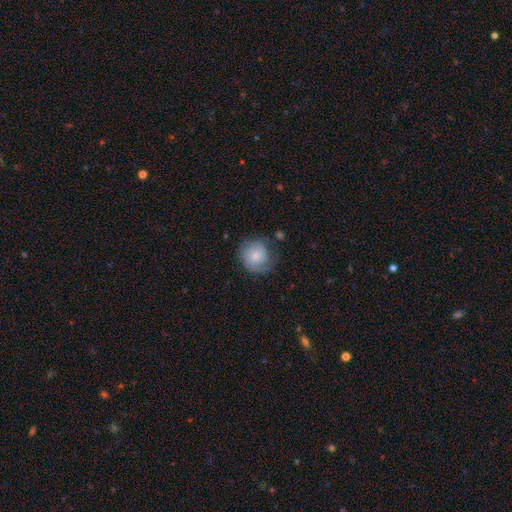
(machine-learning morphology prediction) smooth-or-featured: smooth: 63% | featured or disk: 30% | star or artifact: 7%
  how-rounded: round: 85% | in between: 14% | cigar-shaped: 1%
  merging: none: 60% | minor disturbance: 26% | major disturbance: 12% | merger: 2%